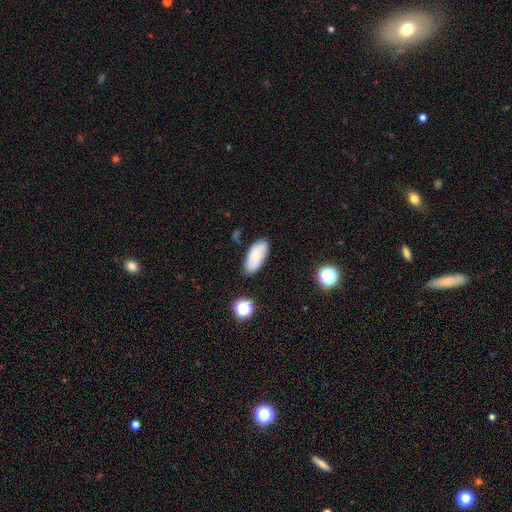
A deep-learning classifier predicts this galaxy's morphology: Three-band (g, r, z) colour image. It shows a smooth galaxy with no disk features (67%) that is in between round and cigar-shaped (88%). Merging: none (80%).